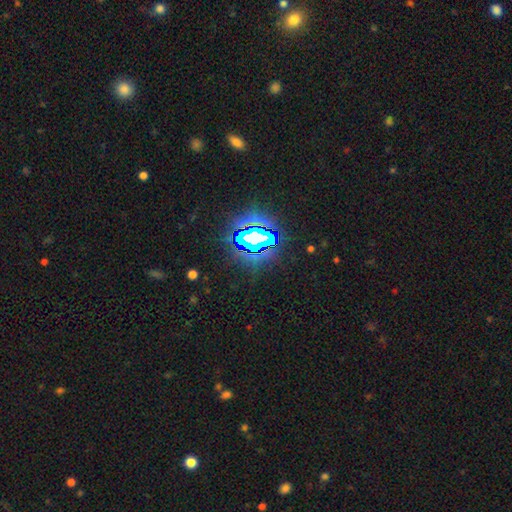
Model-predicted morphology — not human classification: The model was most divided on "smooth or featured": star or artifact: 84%, smooth: 9%, featured or disk: 6%.